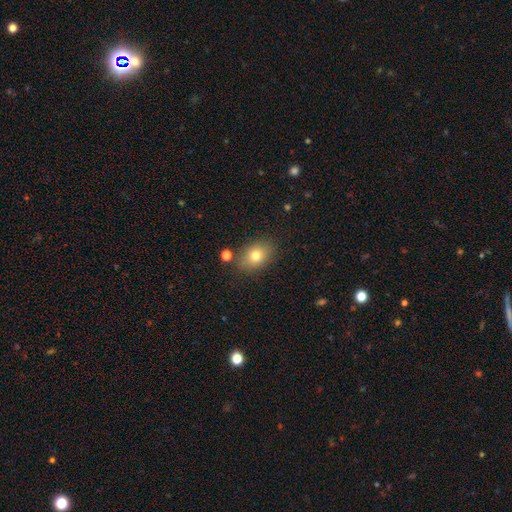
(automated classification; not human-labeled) Morphology: type=smooth (76%); roundness=in between (72%); merging=none (81%).